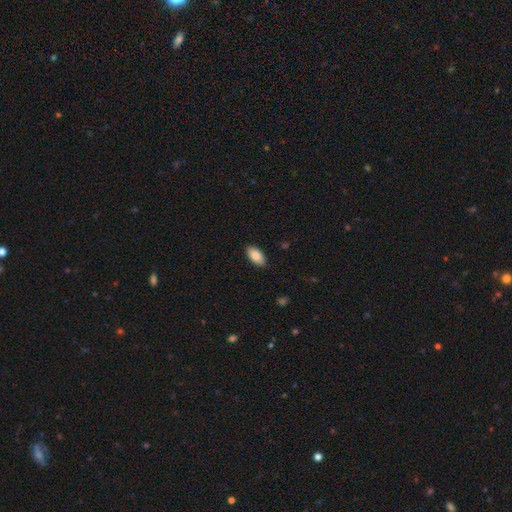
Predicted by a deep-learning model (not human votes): Overall: smooth (87%). How rounded: in between (94%). Merging: none (88%).